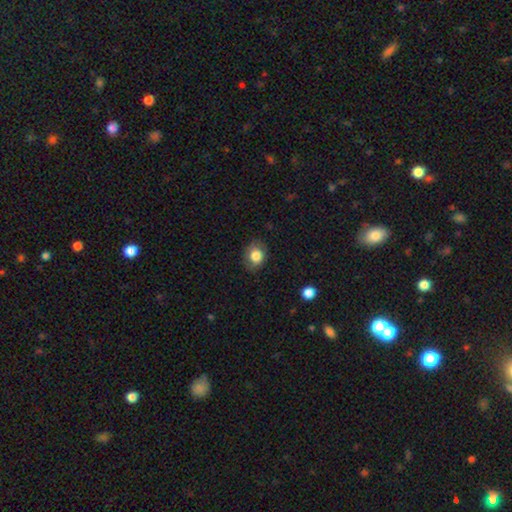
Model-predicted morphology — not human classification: smooth_or_featured: smooth (p=0.81) [alt: featured or disk p=0.11]
how_rounded: in between (p=0.59) [alt: round p=0.40]
merging: none (p=0.80) [alt: minor disturbance p=0.15]